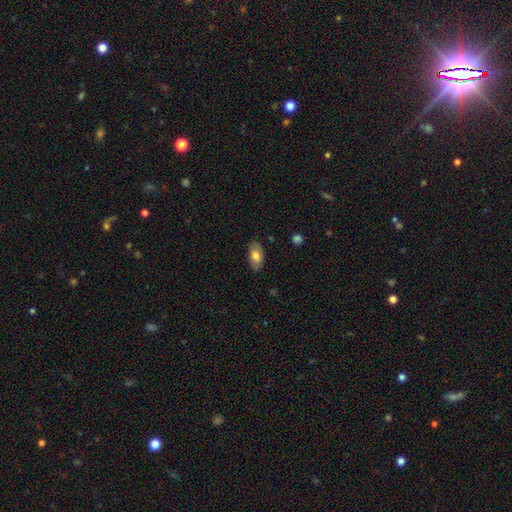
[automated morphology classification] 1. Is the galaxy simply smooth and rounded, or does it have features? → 75% smooth, 19% featured or disk, 6% star or artifact.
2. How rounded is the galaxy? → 93% in between, 4% cigar-shaped, 3% round.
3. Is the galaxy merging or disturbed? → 84% none, 12% minor disturbance, 2% major disturbance, 1% merger.